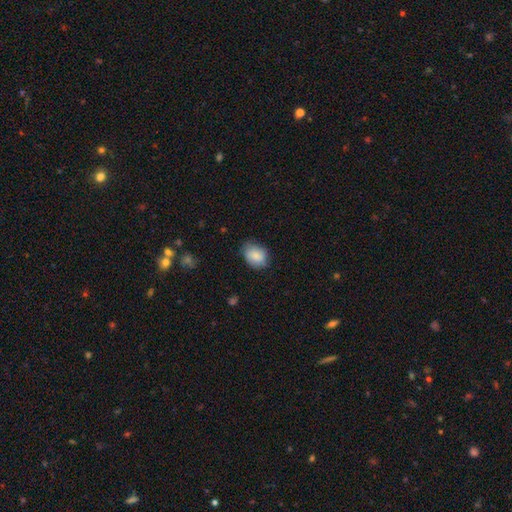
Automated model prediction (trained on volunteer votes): Smooth or featured? smooth (79%)
How rounded? in between (60%)
Merging? none (69%)